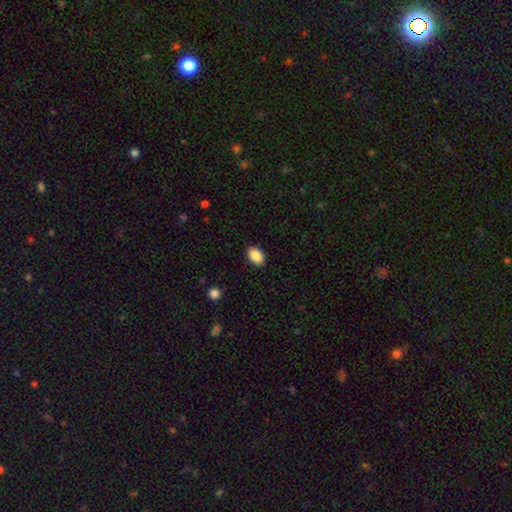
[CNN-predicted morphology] The model was most divided on "how rounded": in between: 88%, round: 11%, cigar-shaped: 1%. More confident: merging — none (89%); smooth or featured — smooth (89%).